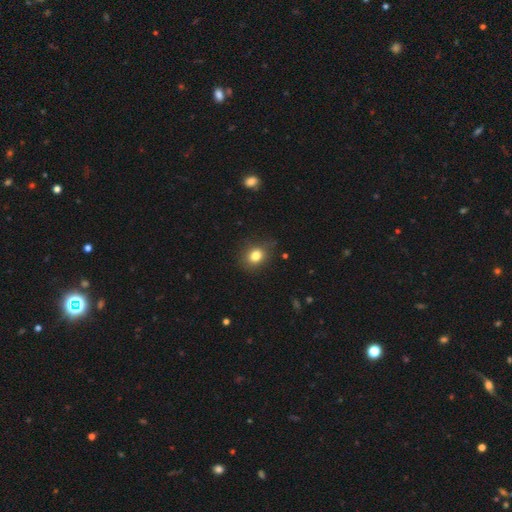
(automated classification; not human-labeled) This is clearly a smooth galaxy (81%). How rounded: likely round (62%). Merging: likely none (77%).